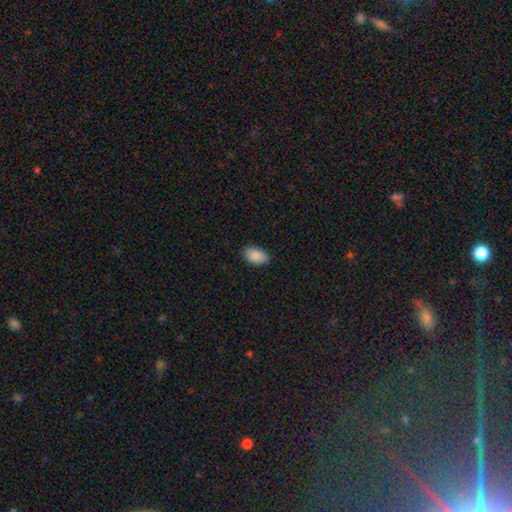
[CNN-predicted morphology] A smooth galaxy with no disk features (90%) that is in between round and cigar-shaped (93%).

Vote fractions:
- Smooth or featured? smooth: 90% / star or artifact: 6% / featured or disk: 4%
- How rounded? in between: 93% / round: 5% / cigar-shaped: 1%
- Merging? none: 88% / minor disturbance: 9% / major disturbance: 2% / merger: 1%